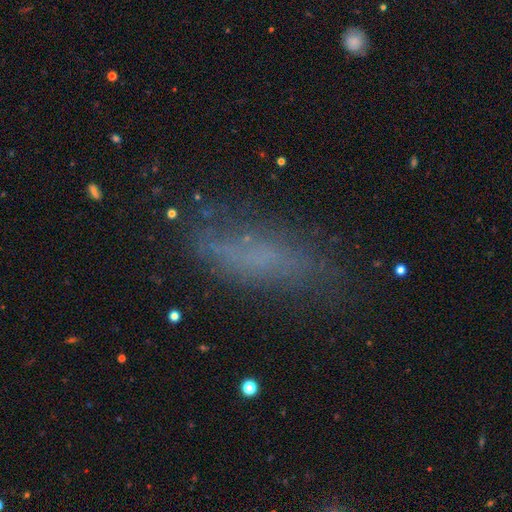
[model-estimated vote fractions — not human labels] A smooth galaxy with no disk features (49%). Merging: none (59%).